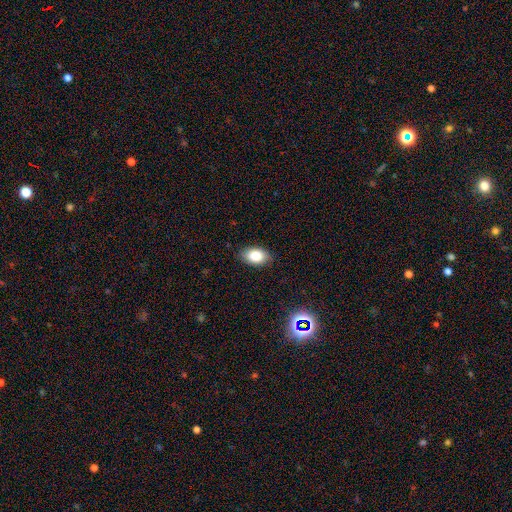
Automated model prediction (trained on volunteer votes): This appears to be a smooth galaxy with no disk features (82%) that is in between round and cigar-shaped (87%). Merging: none (84%).